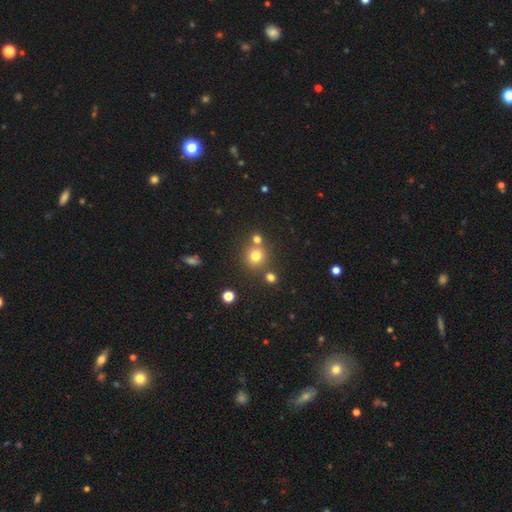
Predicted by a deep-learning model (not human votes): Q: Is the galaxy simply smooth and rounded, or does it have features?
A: smooth — 75%.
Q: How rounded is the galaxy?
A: round — 90%.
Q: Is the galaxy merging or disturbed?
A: none — 71%.